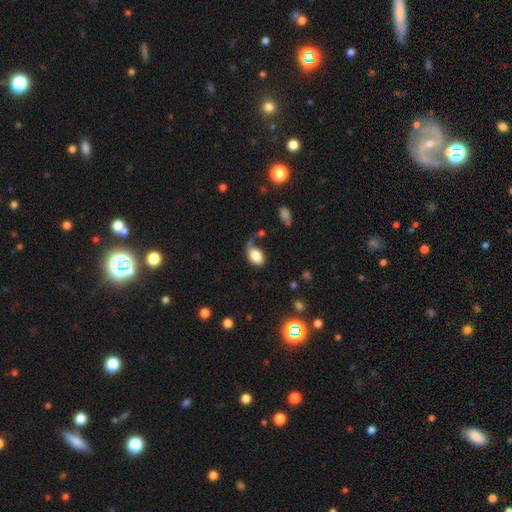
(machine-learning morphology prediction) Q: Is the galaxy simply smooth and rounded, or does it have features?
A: smooth — 80%.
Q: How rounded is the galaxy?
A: in between — 81%.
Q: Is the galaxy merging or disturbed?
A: none — 46%.